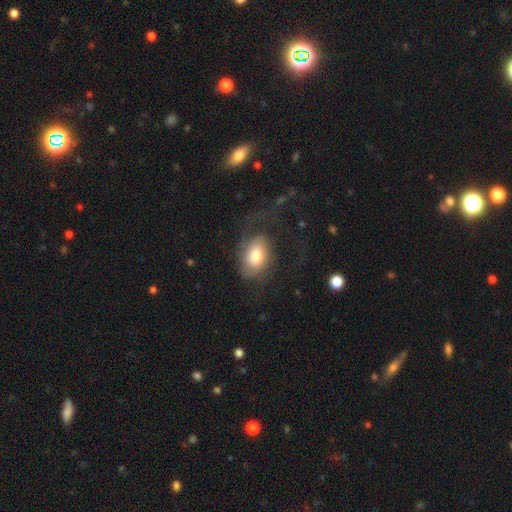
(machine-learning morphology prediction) Smooth or featured?
  - featured or disk: 47% *
  - smooth: 46%
  - star or artifact: 7%
Merging?
  - none: 43% *
  - major disturbance: 37%
  - minor disturbance: 18%
  - merger: 2%